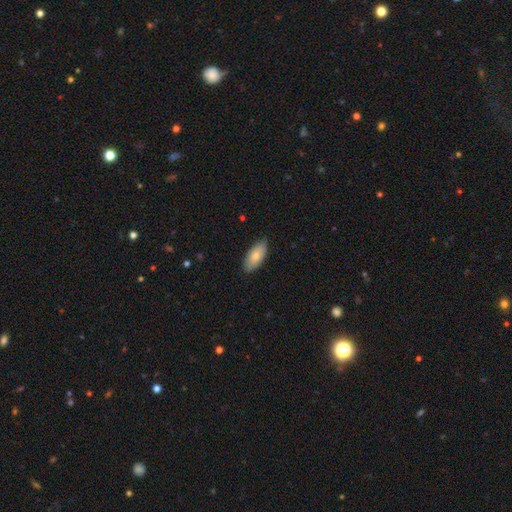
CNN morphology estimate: Smooth or featured? Predicted: smooth (p=0.79). How rounded? Predicted: in between (p=0.90). Merging? Predicted: none (p=0.84).